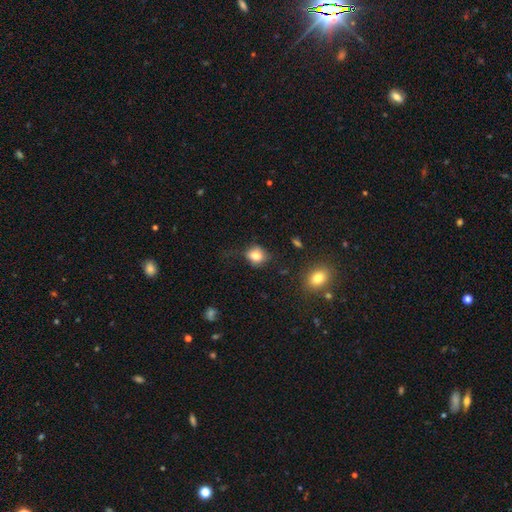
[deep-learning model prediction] Overall: smooth (79%). How rounded: round (61%; in between 38%). Merging: none (63%; minor disturbance 25%).